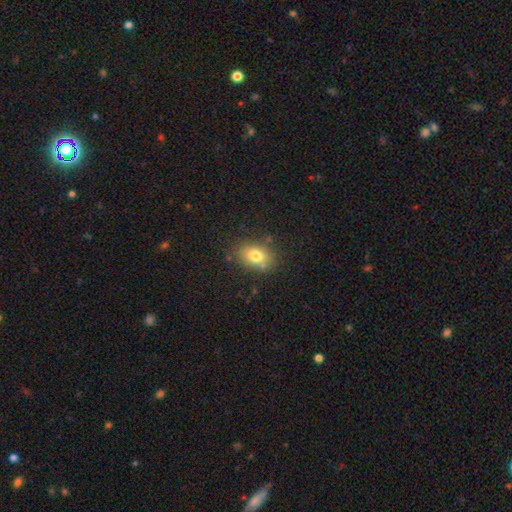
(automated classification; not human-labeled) Smooth or featured: smooth — 77% (featured or disk — 12%)
How rounded: in between — 73% (round — 26%)
Merging: none — 78% (minor disturbance — 13%)